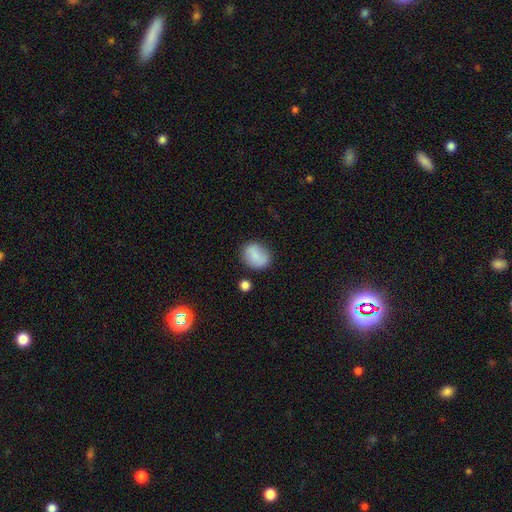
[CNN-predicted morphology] This is clearly a smooth galaxy (82%). How rounded: possibly round (52%). Merging: likely none (75%).